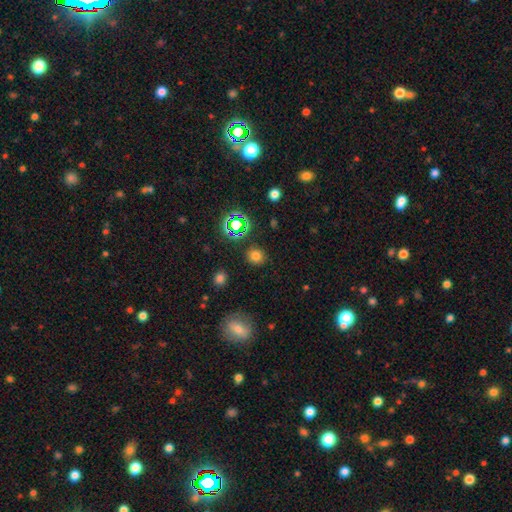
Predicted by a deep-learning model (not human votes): Q: Smooth or featured?
A: smooth (73%); runner-up: star or artifact (21%)
Q: How rounded?
A: round (88%); runner-up: in between (11%)
Q: Merging?
A: none (88%); runner-up: minor disturbance (7%)